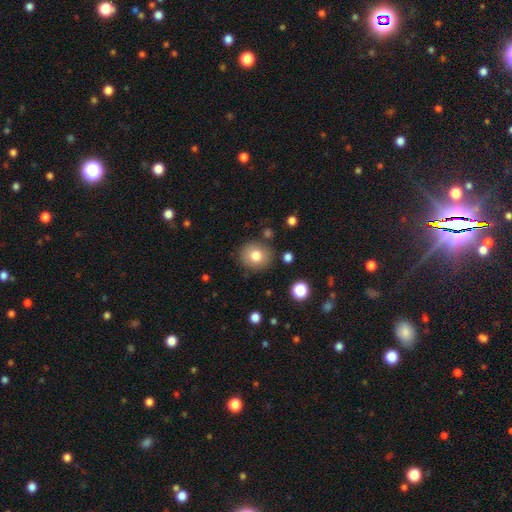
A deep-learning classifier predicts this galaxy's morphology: smooth 79%, featured or disk 11%, star or artifact 10%. Down the decision tree: how rounded — round (82%); merging — none (85%).